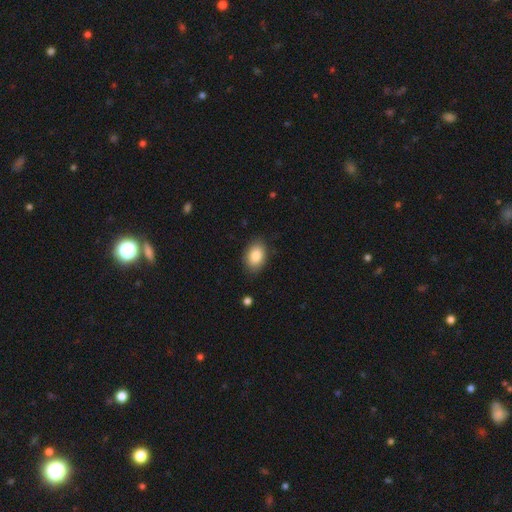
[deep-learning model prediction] smooth 86%, star or artifact 7%, featured or disk 7%. Down the decision tree: how rounded — in between (86%); merging — none (84%).